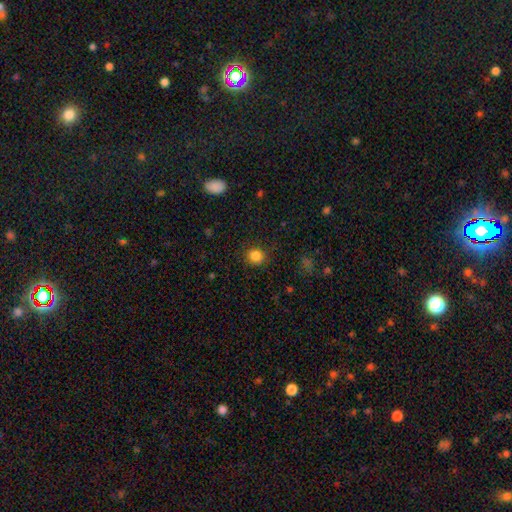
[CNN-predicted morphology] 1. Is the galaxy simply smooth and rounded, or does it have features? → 85% smooth, 11% star or artifact, 4% featured or disk.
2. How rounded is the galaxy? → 84% round, 15% in between, 1% cigar-shaped.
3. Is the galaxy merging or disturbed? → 88% none, 8% minor disturbance, 3% major disturbance, 1% merger.